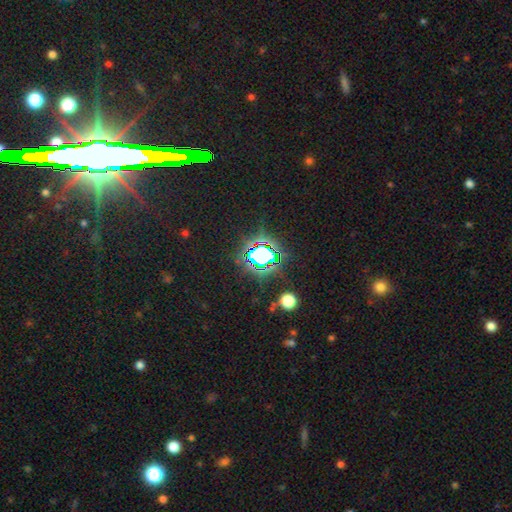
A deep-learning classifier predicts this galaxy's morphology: smooth_or_featured: star or artifact (p=0.82) [alt: featured or disk p=0.09]